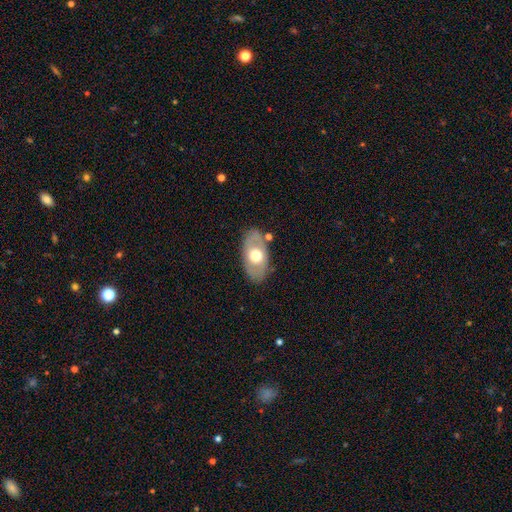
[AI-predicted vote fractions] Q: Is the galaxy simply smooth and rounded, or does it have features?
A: smooth — 49%.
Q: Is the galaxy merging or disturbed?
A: none — 80%.